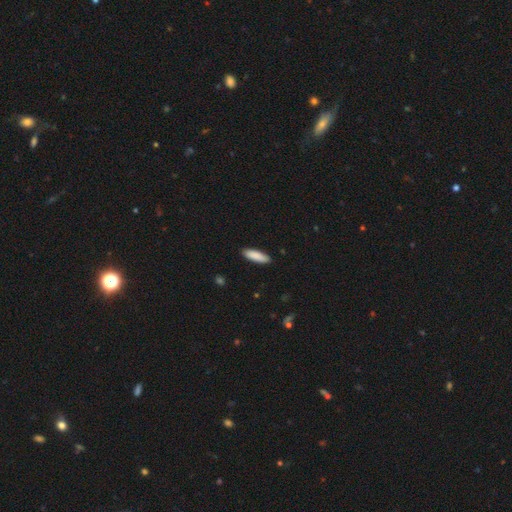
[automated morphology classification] type=smooth (89%); roundness=cigar-shaped (56%); merging=none (89%).